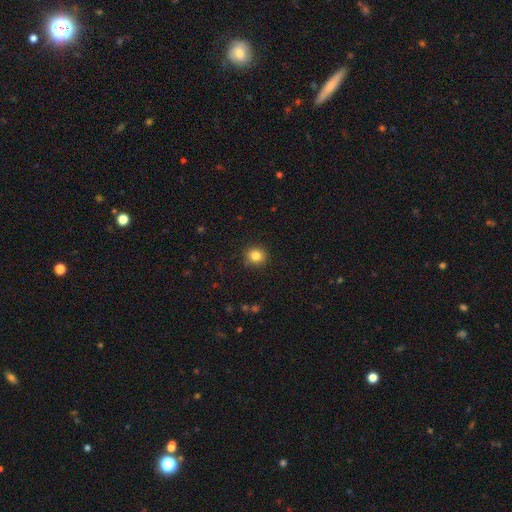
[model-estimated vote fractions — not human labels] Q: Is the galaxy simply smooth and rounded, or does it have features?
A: smooth — 83%.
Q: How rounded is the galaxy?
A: round — 85%.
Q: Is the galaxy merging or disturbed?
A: none — 88%.